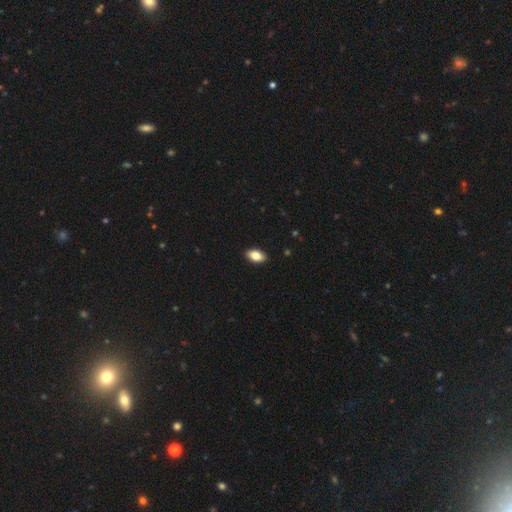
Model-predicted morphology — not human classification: smooth-or-featured: smooth: 83% | featured or disk: 10% | star or artifact: 7%
  how-rounded: in between: 92% | round: 5% | cigar-shaped: 3%
  merging: none: 90% | minor disturbance: 8% | major disturbance: 2% | merger: 1%